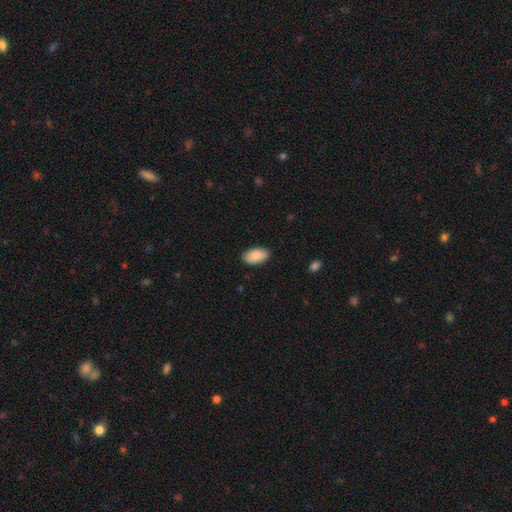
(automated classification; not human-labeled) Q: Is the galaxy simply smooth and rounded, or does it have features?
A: smooth — 89%.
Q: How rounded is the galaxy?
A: in between — 95%.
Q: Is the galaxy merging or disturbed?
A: none — 87%.